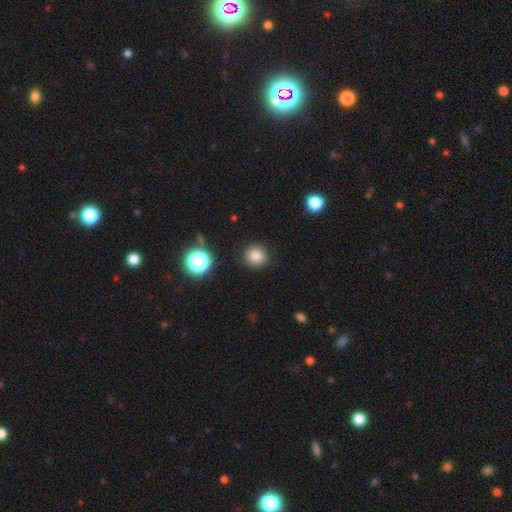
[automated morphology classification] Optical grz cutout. It shows a smooth galaxy with no disk features (81%) that is round (92%). Merging: none (90%).